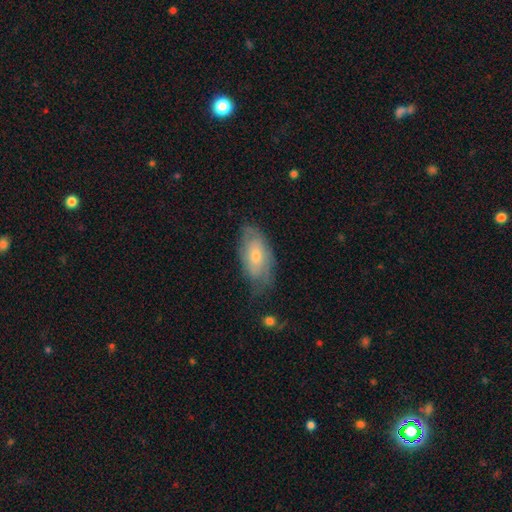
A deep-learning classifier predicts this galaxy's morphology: This is possibly a featured or disk galaxy (48%). Merging: likely none (61%).